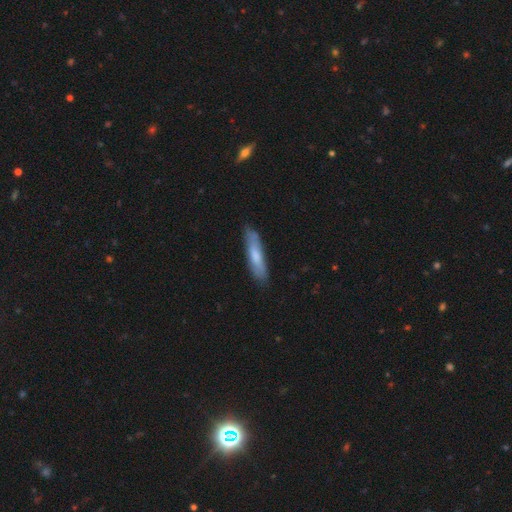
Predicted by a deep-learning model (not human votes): The model was most divided on "smooth or featured": smooth: 67%, featured or disk: 27%, star or artifact: 6%. More confident: how rounded — cigar-shaped (78%); merging — none (78%).